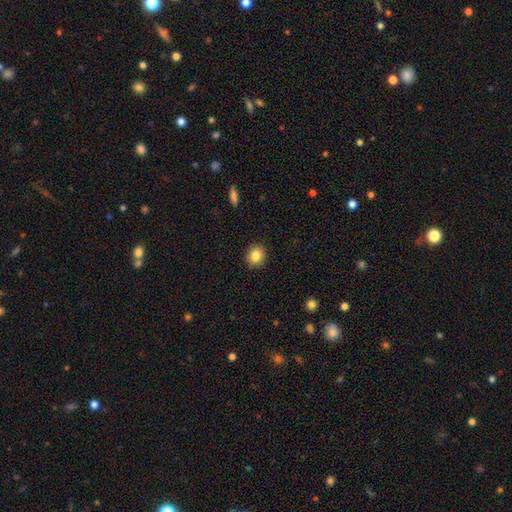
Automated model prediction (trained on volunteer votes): Overall: smooth (85%). How rounded: round (78%). Merging: none (91%).